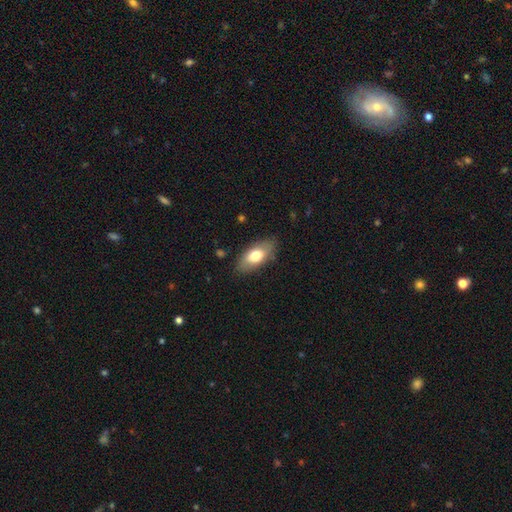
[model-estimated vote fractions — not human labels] Smooth or featured? Predicted: smooth (p=0.71). How rounded? Predicted: in between (p=0.88). Merging? Predicted: none (p=0.83).